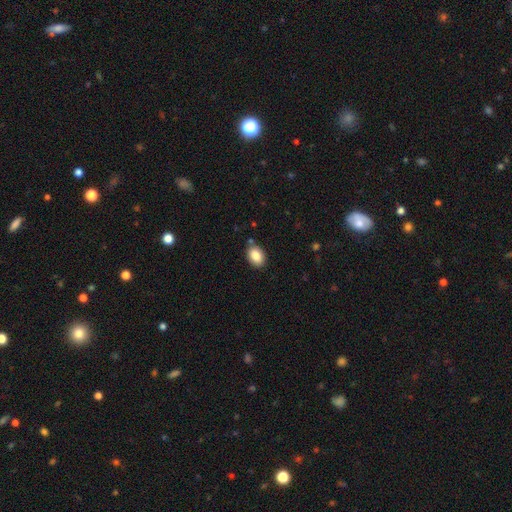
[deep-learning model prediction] smooth 85%, star or artifact 8%, featured or disk 7%. Down the decision tree: how rounded — in between (80%); merging — none (84%).